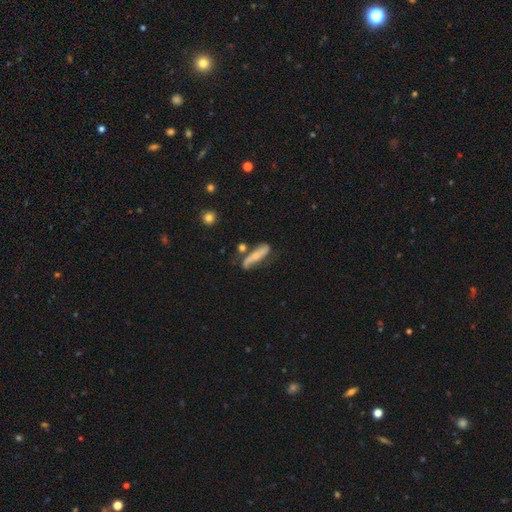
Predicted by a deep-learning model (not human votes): Smooth or featured? Predicted: featured or disk (p=0.51). Edge-on disk? Predicted: no (p=0.64). Merging? Predicted: none (p=0.55).